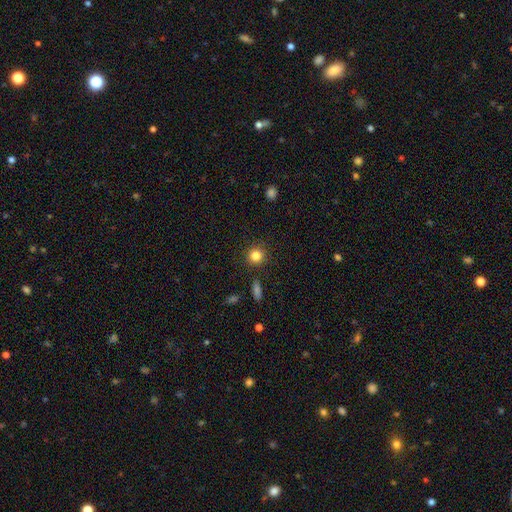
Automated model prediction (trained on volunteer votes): Morphology: type=smooth (84%); roundness=round (92%); merging=none (90%).